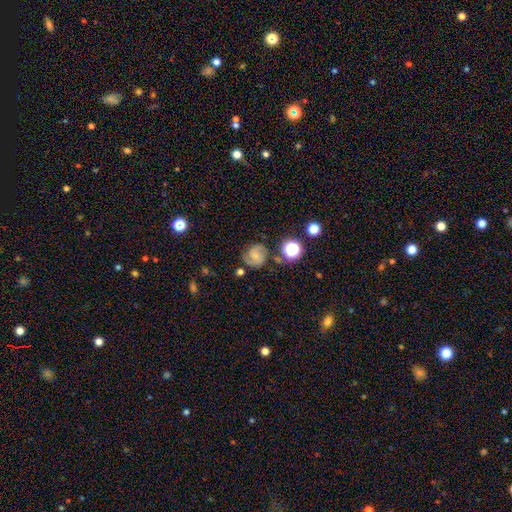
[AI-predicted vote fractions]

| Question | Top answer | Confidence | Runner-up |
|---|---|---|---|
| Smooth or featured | featured or disk | 55% | smooth (32%) |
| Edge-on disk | no | 98% | yes (2%) |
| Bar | no | 55% | weak (36%) |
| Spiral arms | yes | 91% | no (9%) |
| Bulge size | small | 53% | moderate (22%) |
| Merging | none | 68% | minor disturbance (19%) |